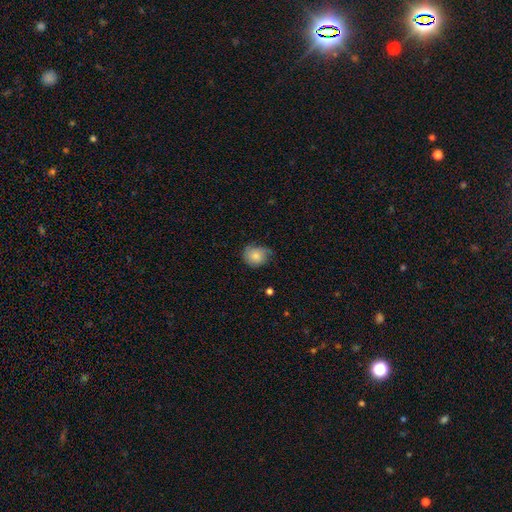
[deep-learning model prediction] Smooth or featured: smooth — 80% (featured or disk — 12%)
How rounded: round — 70% (in between — 29%)
Merging: none — 52% (minor disturbance — 37%)